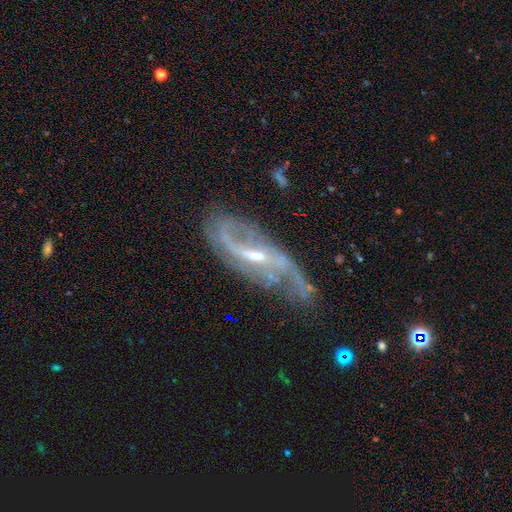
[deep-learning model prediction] This appears to be a featured or disk galaxy (85%) with a weak bar (43%), 2 (74%) loose (52%) spiral arms (90%) and a small central bulge (59%). Merging: none (58%).